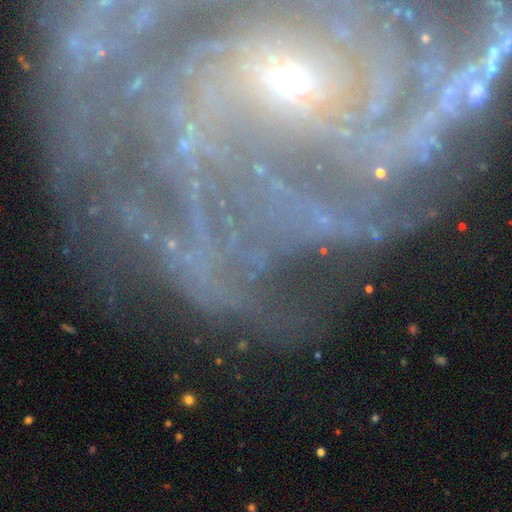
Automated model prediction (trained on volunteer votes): featured or disk 45%, star or artifact 43%, smooth 11%. Down the decision tree: merging — none (61%).